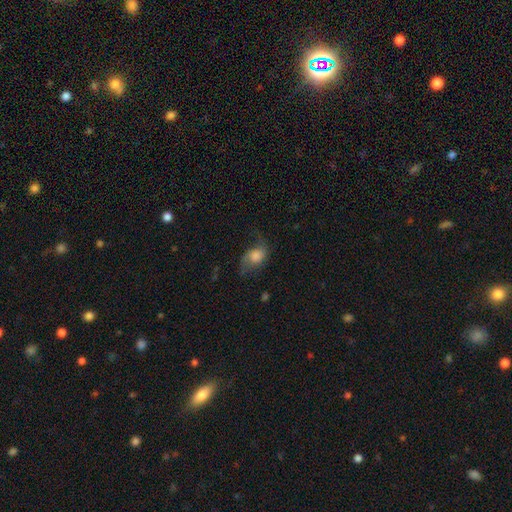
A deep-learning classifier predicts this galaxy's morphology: Smooth or featured? Predicted: smooth (p=0.47). Merging? Predicted: none (p=0.50).